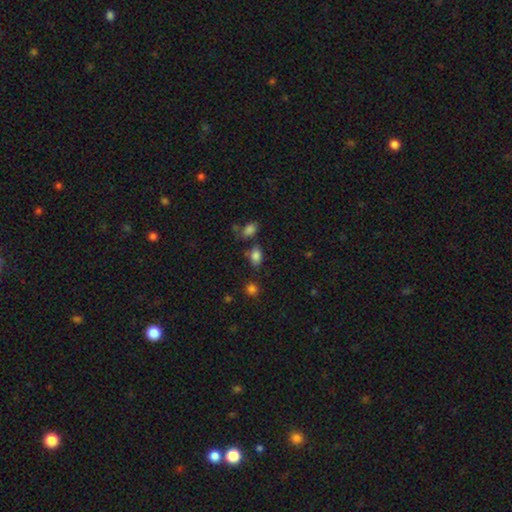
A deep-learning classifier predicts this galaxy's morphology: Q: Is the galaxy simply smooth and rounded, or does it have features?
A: smooth — 82%.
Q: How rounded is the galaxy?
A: in between — 86%.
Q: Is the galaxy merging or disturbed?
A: none — 66%.